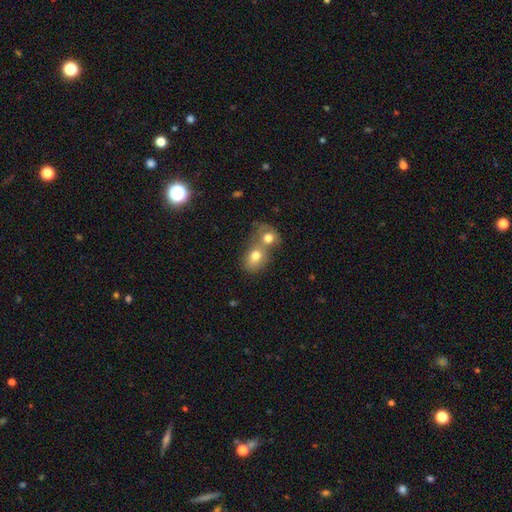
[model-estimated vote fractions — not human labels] Smooth or featured?
  - smooth: 73% *
  - featured or disk: 17%
  - star or artifact: 10%
How rounded?
  - in between: 56% *
  - round: 42%
  - cigar-shaped: 1%
Merging?
  - merger: 66% *
  - none: 24%
  - minor disturbance: 7%
  - major disturbance: 4%